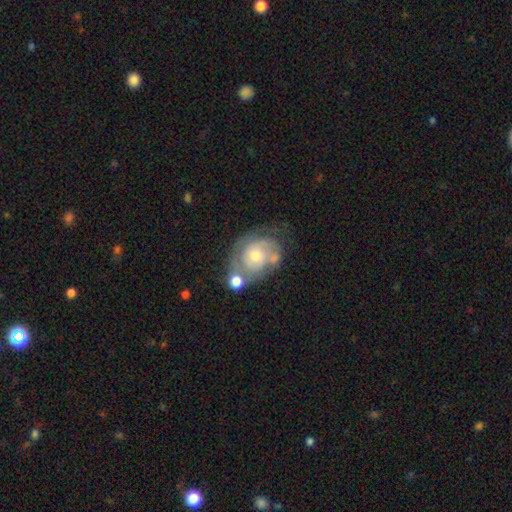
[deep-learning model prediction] This appears to be a featured or disk galaxy (72%) with no bar (77%), 2 (42%) tight (58%) spiral arms (83%) and a moderate central bulge (48%). Merging: none (45%).